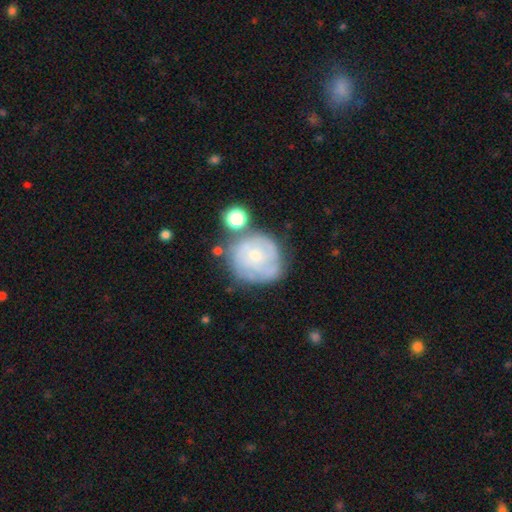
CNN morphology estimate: Overall: featured or disk (59%; smooth 34%). Edge-on disk: no (97%). Bar: no (81%). Spiral arms: yes (63%; no 37%). Bulge size: small (63%; moderate 32%). Merging: none (59%; minor disturbance 21%).